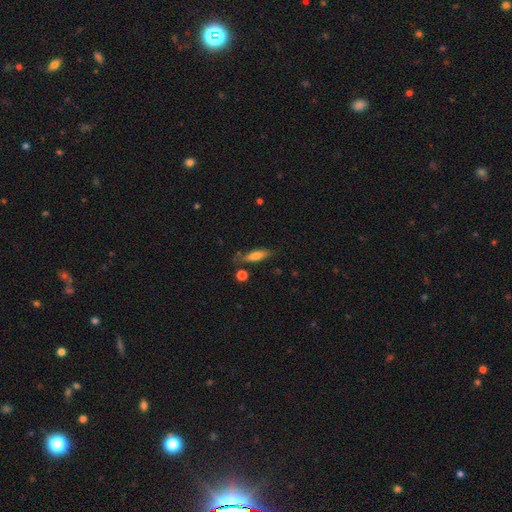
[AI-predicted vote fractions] Q: Smooth or featured?
A: smooth (66%); runner-up: featured or disk (26%)
Q: How rounded?
A: cigar-shaped (61%); runner-up: in between (36%)
Q: Merging?
A: none (73%); runner-up: minor disturbance (17%)